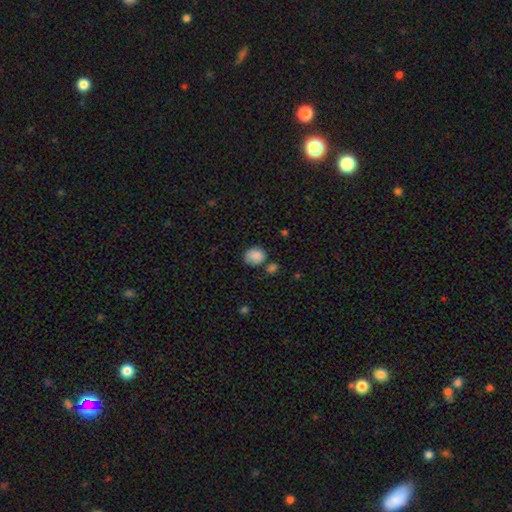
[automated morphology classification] smooth_or_featured: smooth (p=0.87) [alt: star or artifact p=0.09]
how_rounded: round (p=0.54) [alt: in between p=0.45]
merging: none (p=0.65) [alt: minor disturbance p=0.19]